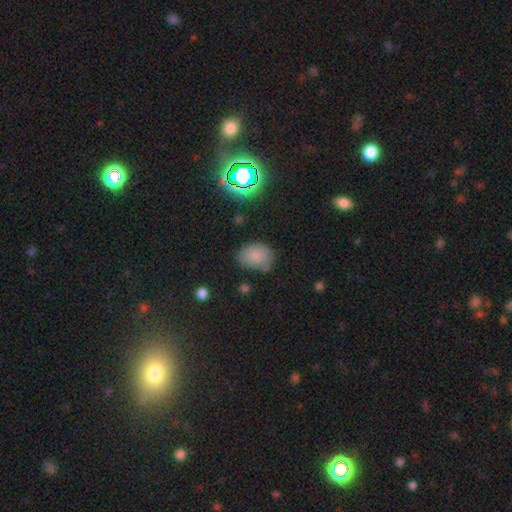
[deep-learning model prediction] This appears to be a smooth galaxy with no disk features (78%) that is in between round and cigar-shaped (68%). Merging: none (62%).